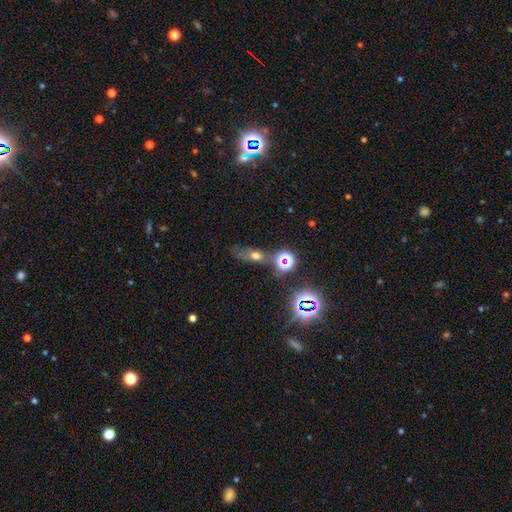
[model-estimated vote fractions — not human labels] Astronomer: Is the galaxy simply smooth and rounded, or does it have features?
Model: smooth — 51% (runner-up: star or artifact, 30%).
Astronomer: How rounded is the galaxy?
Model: in between — 54%.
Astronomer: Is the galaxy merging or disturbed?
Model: none — 49%.